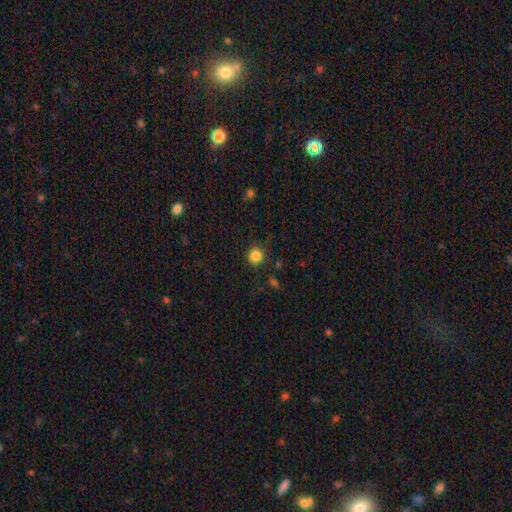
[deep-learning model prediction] Smooth or featured? smooth (85%)
How rounded? round (93%)
Merging? none (87%)